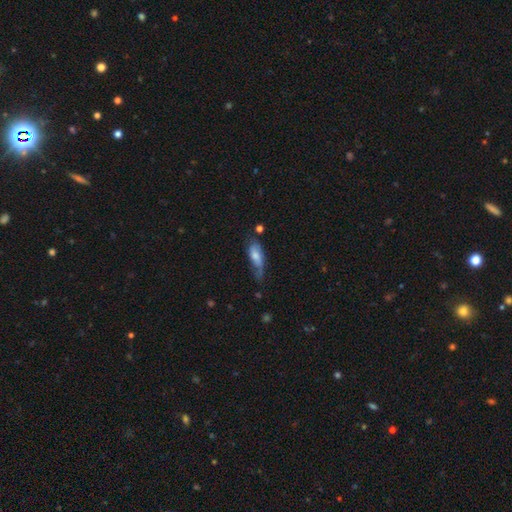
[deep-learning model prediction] A smooth galaxy with no disk features (65%) that is in between round and cigar-shaped (72%). Merging: none (39%).